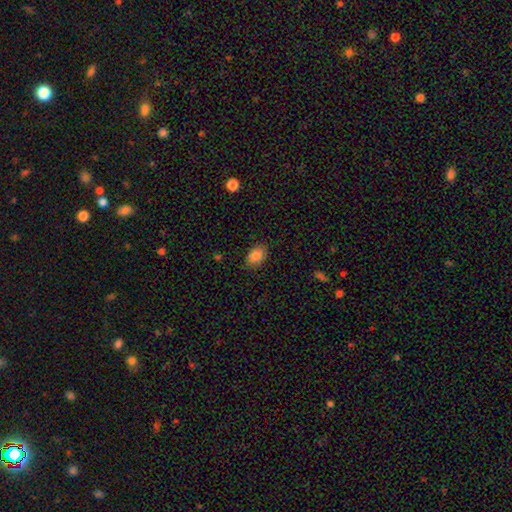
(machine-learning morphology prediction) Smooth or featured? smooth (88%)
How rounded? in between (84%)
Merging? none (81%)